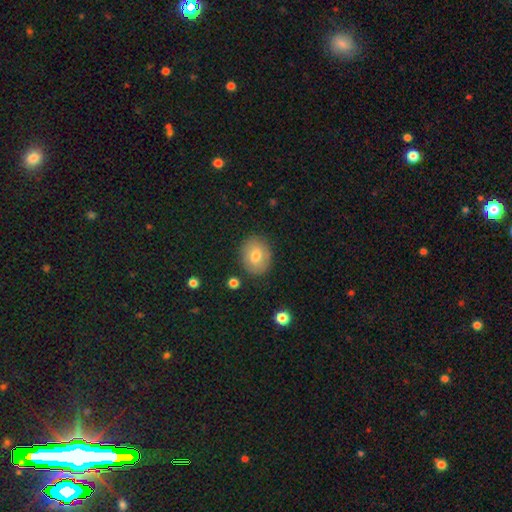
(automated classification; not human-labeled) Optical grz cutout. It shows a smooth galaxy with no disk features (72%) that is in between round and cigar-shaped (51%). Merging: none (84%).